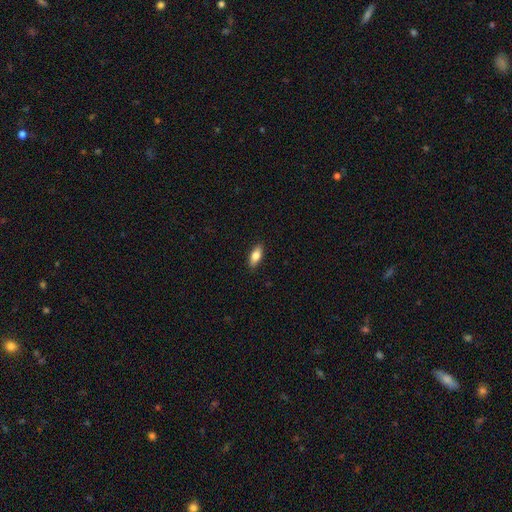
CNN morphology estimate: smooth-or-featured: smooth: 79% | featured or disk: 14% | star or artifact: 7%
  how-rounded: in between: 83% | cigar-shaped: 14% | round: 3%
  merging: none: 88% | minor disturbance: 9% | major disturbance: 2% | merger: 1%